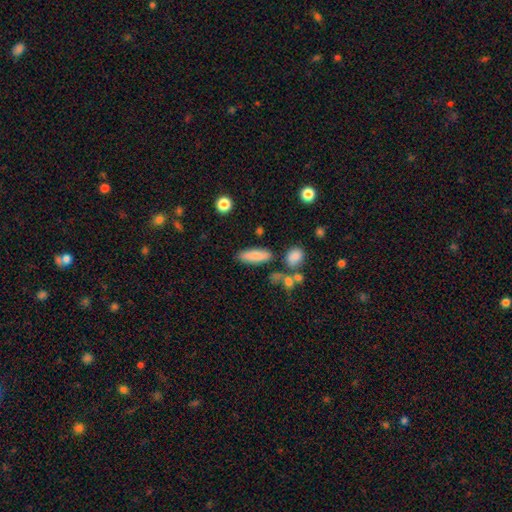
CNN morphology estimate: Overall: smooth (83%). How rounded: in between (60%; cigar-shaped 37%). Merging: none (79%).